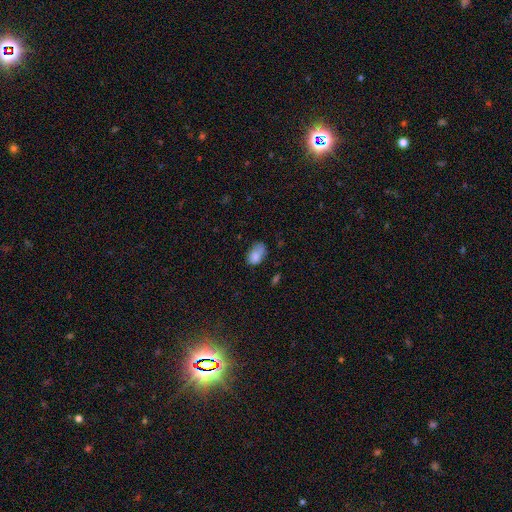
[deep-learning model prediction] smooth_or_featured: smooth (p=0.81) [alt: featured or disk p=0.09]
how_rounded: in between (p=0.86) [alt: round p=0.12]
merging: none (p=0.44) [alt: minor disturbance p=0.36]